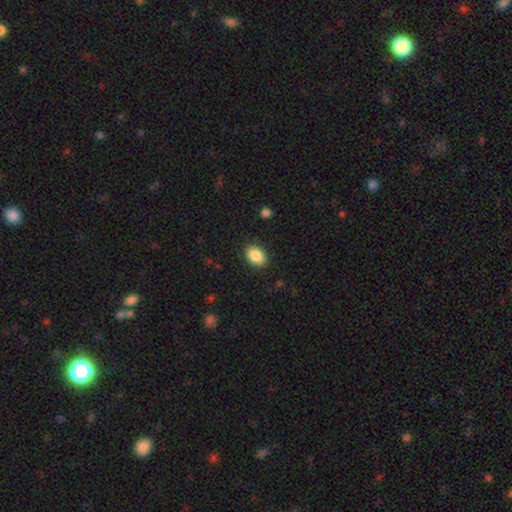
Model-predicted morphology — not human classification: Smooth or featured: smooth — 88% (star or artifact — 7%)
How rounded: in between — 86% (round — 13%)
Merging: none — 89% (minor disturbance — 8%)